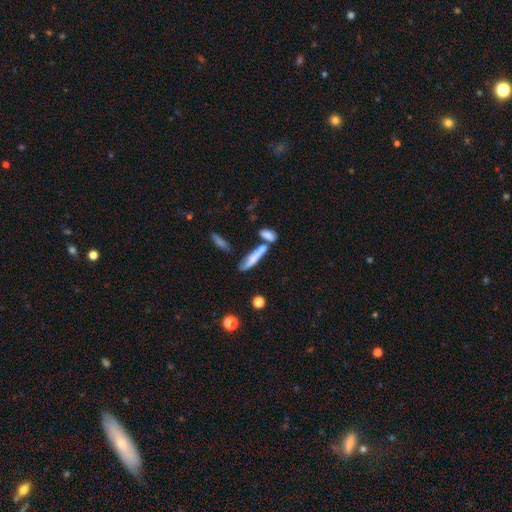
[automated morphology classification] This is likely a smooth galaxy (63%). How rounded: likely cigar-shaped (76%). Merging: possibly none (48%).